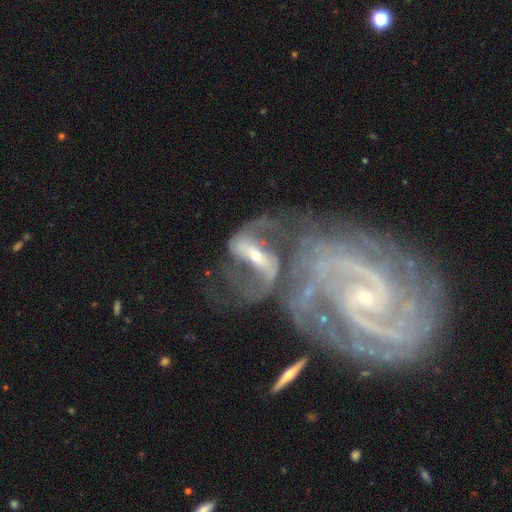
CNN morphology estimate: Smooth or featured? featured or disk (86%)
Edge-on disk? no (96%)
Bar? strong (62%)
Spiral arms? yes (91%)
Spiral winding? medium (40%, tied with loose)
Spiral arm count? 2 (85%)
Bulge size? small (61%)
Merging? merger (44%)